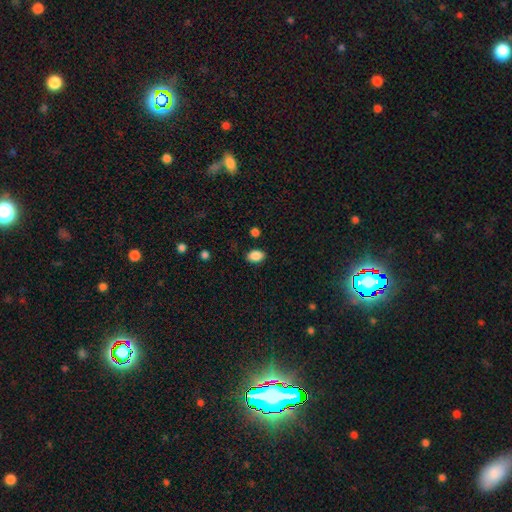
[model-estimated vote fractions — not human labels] Smooth or featured: smooth — 87% (star or artifact — 9%)
How rounded: in between — 84% (round — 15%)
Merging: none — 86% (minor disturbance — 10%)